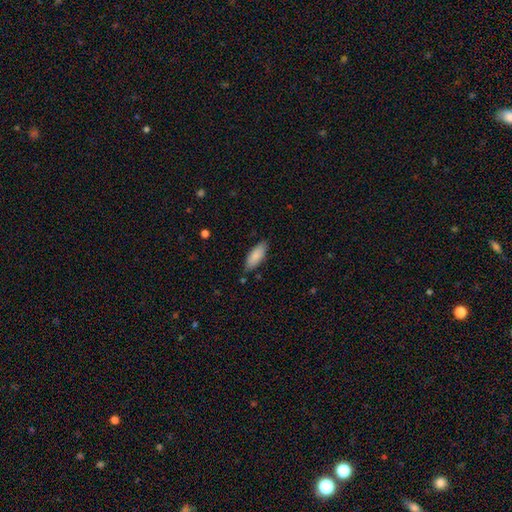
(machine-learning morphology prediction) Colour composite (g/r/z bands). It shows a smooth galaxy with no disk features (86%) that is in between round and cigar-shaped (75%). Merging: none (81%).